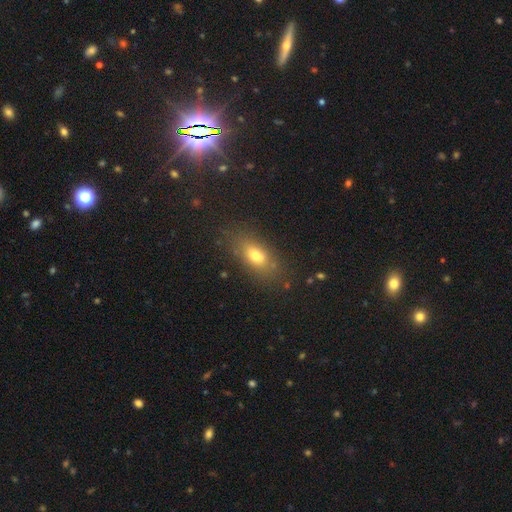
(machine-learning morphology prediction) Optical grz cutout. It shows a smooth galaxy with no disk features (72%) that is in between round and cigar-shaped (78%). Merging: none (80%).